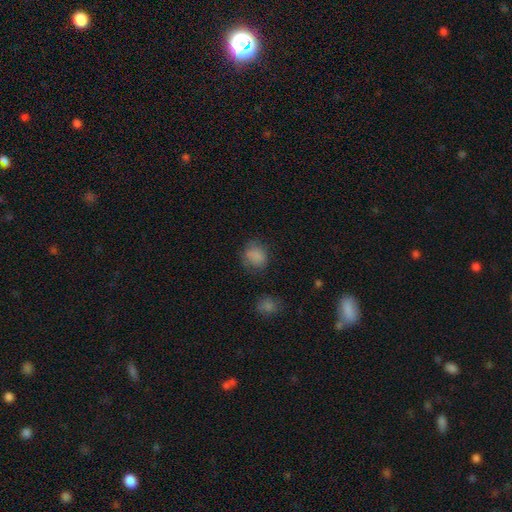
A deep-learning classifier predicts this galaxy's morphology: type=smooth (83%); roundness=round (66%); merging=none (69%).